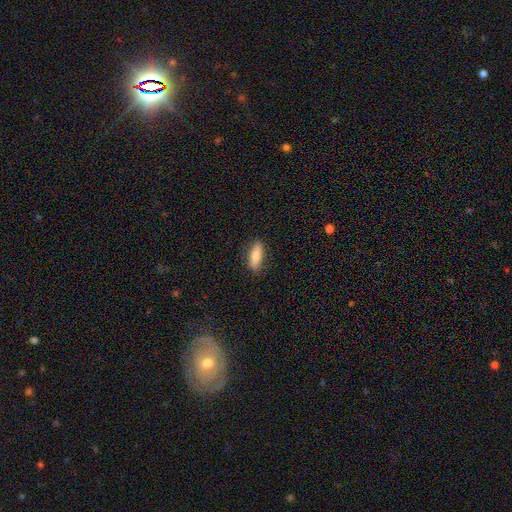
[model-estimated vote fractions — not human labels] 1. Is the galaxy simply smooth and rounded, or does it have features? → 72% smooth, 21% featured or disk, 6% star or artifact.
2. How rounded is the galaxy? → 64% in between, 33% cigar-shaped, 3% round.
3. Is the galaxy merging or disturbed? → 85% none, 11% minor disturbance, 2% major disturbance, 1% merger.